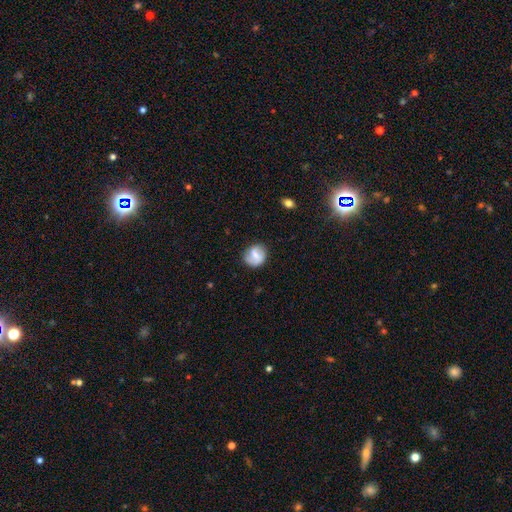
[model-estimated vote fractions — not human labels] The model was most divided on "smooth or featured": smooth: 56%, featured or disk: 36%, star or artifact: 8%. More confident: how rounded — round (77%); merging — none (71%).